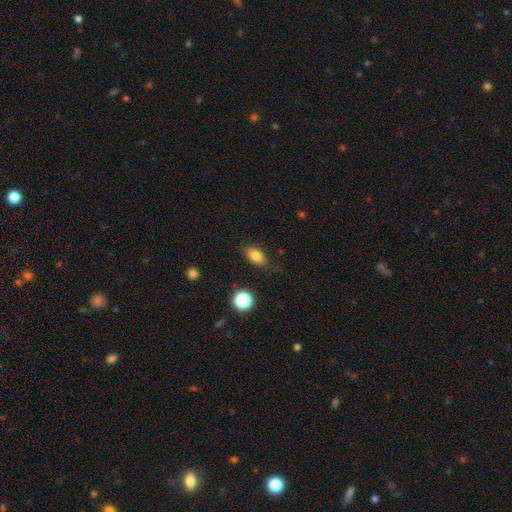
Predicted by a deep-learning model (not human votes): Overall: smooth (81%). How rounded: in between (82%). Merging: none (79%).